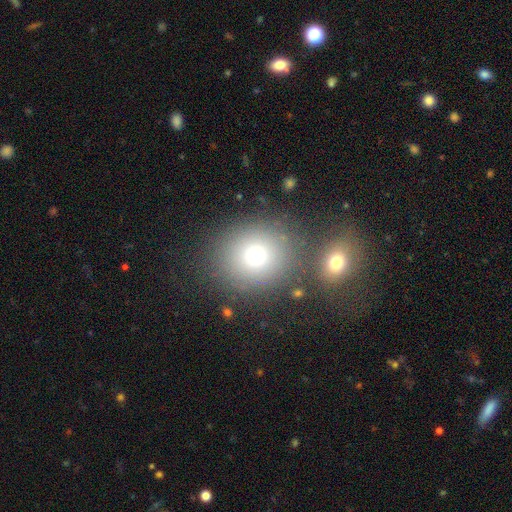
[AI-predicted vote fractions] smooth-or-featured: smooth: 74% | star or artifact: 15% | featured or disk: 11%
  how-rounded: round: 79% | in between: 20% | cigar-shaped: 1%
  merging: none: 72% | merger: 14% | minor disturbance: 9% | major disturbance: 4%